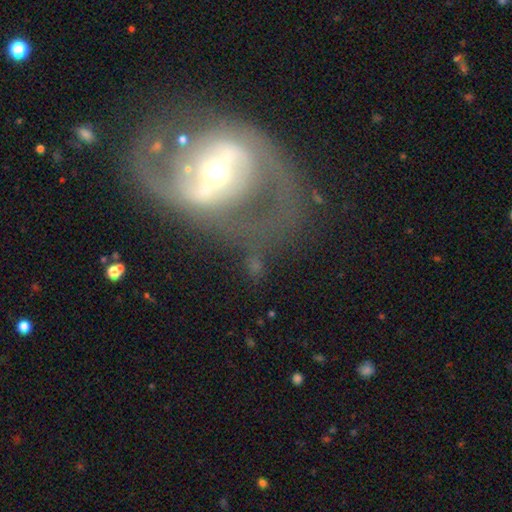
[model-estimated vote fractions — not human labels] The model was most divided on "bulge size": small: 51%, moderate: 40%, large: 6%, dominant: 2%, none: 1%. Remaining: edge-on disk — no (95%); spiral arm count — 2 (85%); smooth or featured — featured or disk (81%); spiral arms — yes (80%); merging — none (62%); spiral winding — medium (47%); bar — strong (43%).